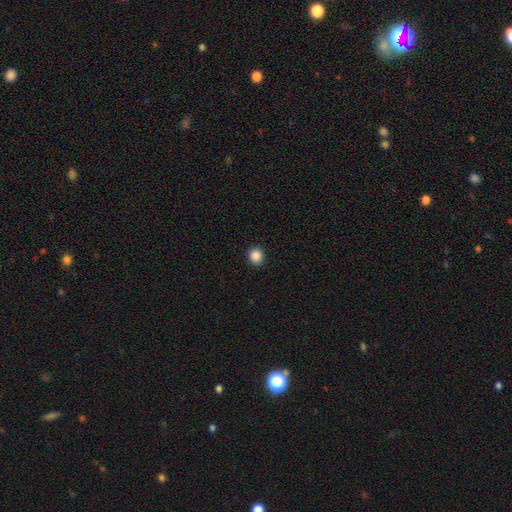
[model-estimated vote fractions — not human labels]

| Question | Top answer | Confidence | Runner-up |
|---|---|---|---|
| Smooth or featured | smooth | 87% | star or artifact (10%) |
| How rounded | round | 83% | in between (17%) |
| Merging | none | 93% | minor disturbance (5%) |